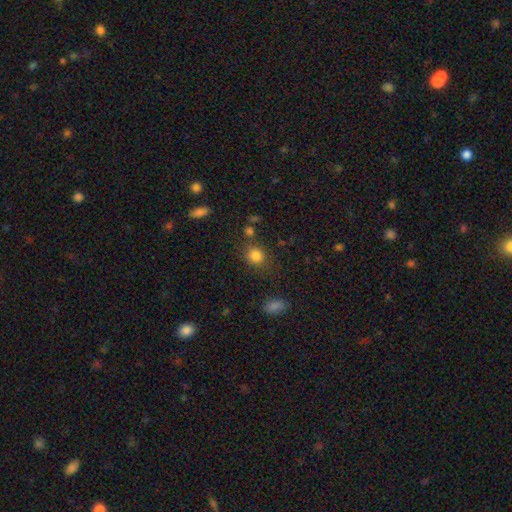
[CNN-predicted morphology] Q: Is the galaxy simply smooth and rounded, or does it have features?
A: smooth — 83%.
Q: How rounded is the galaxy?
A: round — 72%.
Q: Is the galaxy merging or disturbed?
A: none — 76%.